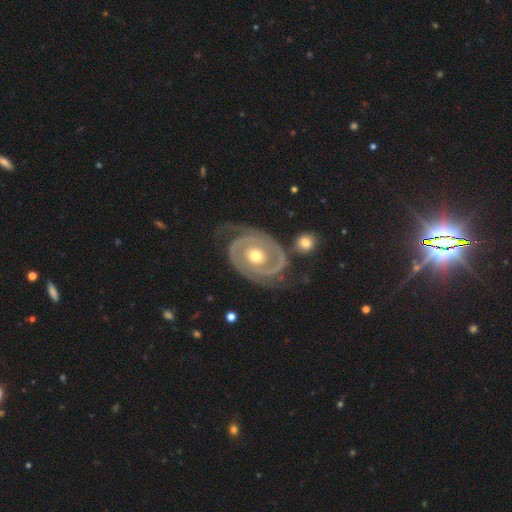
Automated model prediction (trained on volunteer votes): Overall: featured or disk (90%). Edge-on disk: no (97%). Bar: no (79%). Spiral arms: yes (92%). Spiral arm count: 2 (80%). Spiral winding: tight (63%; medium 27%). Bulge size: moderate (73%). Merging: none (64%).